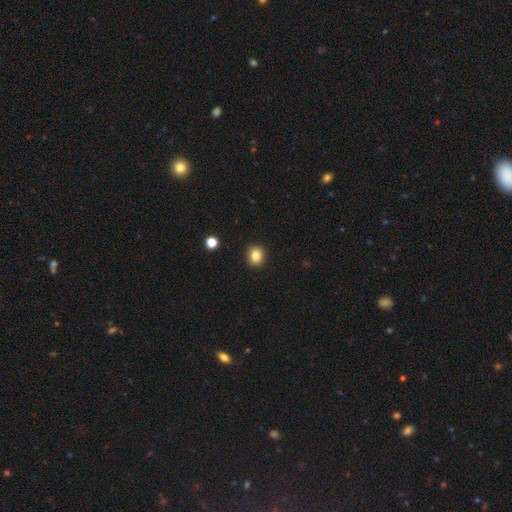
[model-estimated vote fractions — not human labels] Smooth or featured: smooth — 84% (star or artifact — 10%)
How rounded: round — 68% (in between — 31%)
Merging: none — 90% (minor disturbance — 7%)